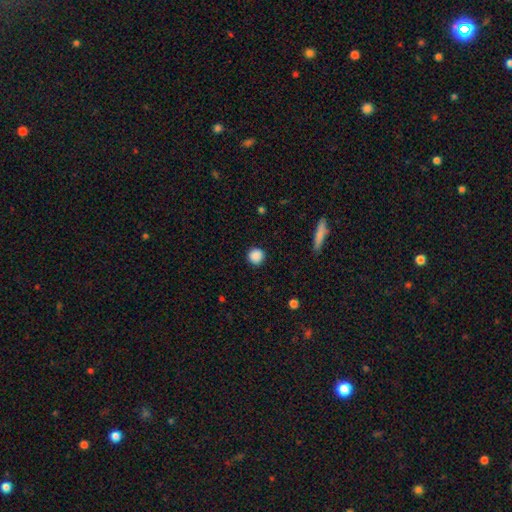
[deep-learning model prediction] Smooth or featured: smooth — 88% (star or artifact — 8%)
How rounded: round — 93% (in between — 6%)
Merging: none — 91% (minor disturbance — 6%)